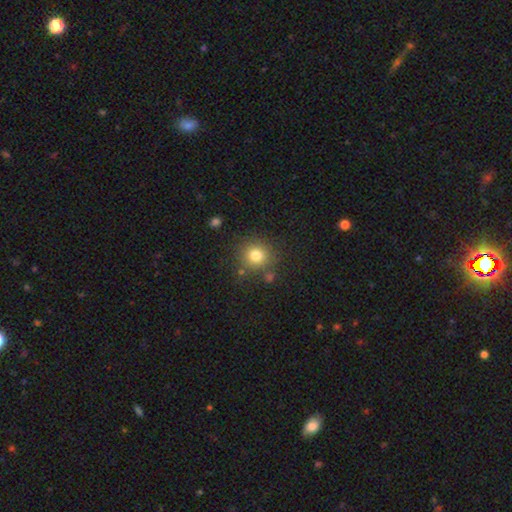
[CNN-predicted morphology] smooth 79%, star or artifact 13%, featured or disk 8%. Down the decision tree: how rounded — round (89%); merging — none (81%).